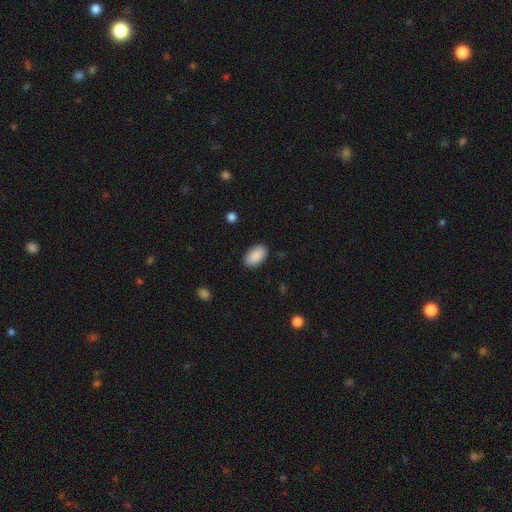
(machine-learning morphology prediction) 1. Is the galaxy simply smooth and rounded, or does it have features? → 89% smooth, 6% star or artifact, 4% featured or disk.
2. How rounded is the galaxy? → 95% in between, 4% round, 1% cigar-shaped.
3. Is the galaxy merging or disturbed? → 88% none, 9% minor disturbance, 2% major disturbance, 1% merger.